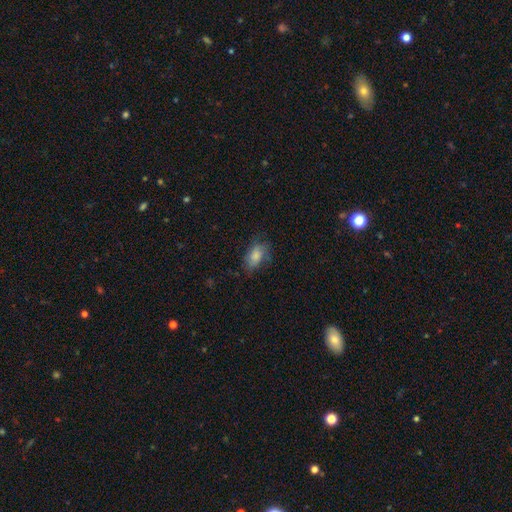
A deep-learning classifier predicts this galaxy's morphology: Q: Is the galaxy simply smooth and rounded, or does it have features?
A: smooth — 75%.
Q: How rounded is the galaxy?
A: in between — 89%.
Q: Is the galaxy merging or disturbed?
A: none — 60%.